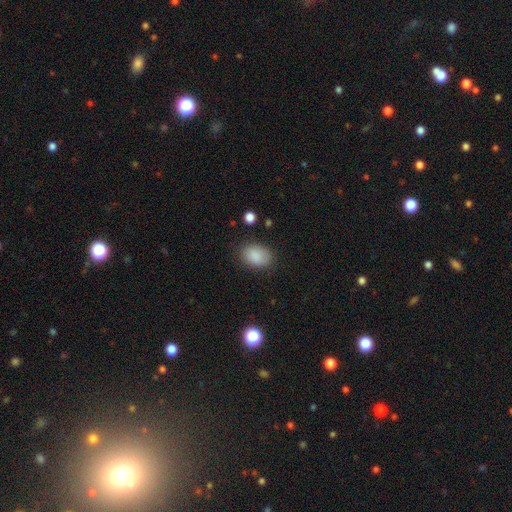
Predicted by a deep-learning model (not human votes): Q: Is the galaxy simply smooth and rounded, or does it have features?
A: smooth — 88%.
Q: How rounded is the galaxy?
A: in between — 79%.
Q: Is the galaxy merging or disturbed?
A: none — 81%.